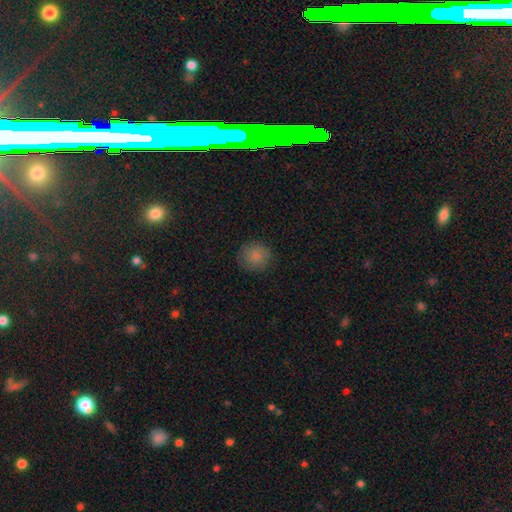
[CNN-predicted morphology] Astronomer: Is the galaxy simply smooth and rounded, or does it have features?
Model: smooth — 86%.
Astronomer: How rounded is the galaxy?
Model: round — 89%.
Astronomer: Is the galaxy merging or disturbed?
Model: none — 85%.